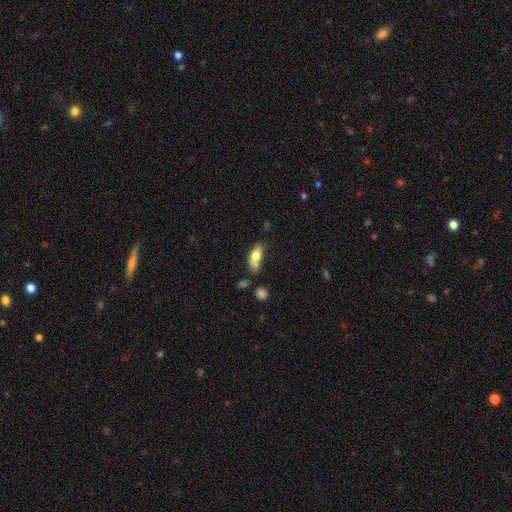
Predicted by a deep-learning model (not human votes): smooth-or-featured: smooth: 72% | featured or disk: 21% | star or artifact: 8%
  how-rounded: in between: 81% | cigar-shaped: 13% | round: 6%
  merging: none: 35% | minor disturbance: 26% | merger: 25% | major disturbance: 14%